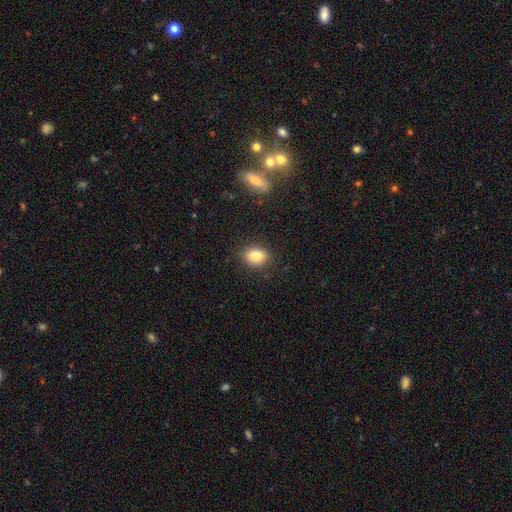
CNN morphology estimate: type=smooth (83%); roundness=in between (69%); merging=none (85%).